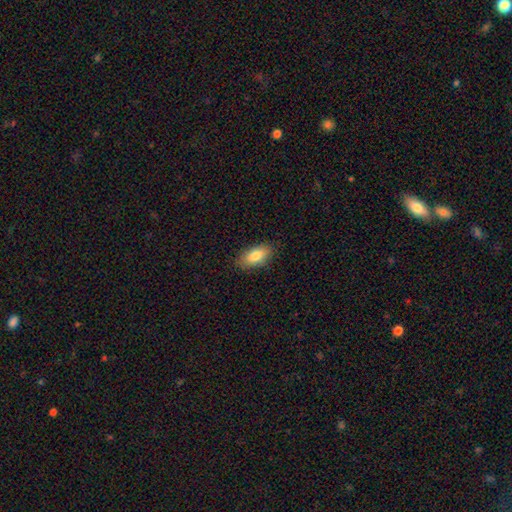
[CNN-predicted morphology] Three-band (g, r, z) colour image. It shows a smooth galaxy with no disk features (83%) that is in between round and cigar-shaped (90%). Merging: none (87%).